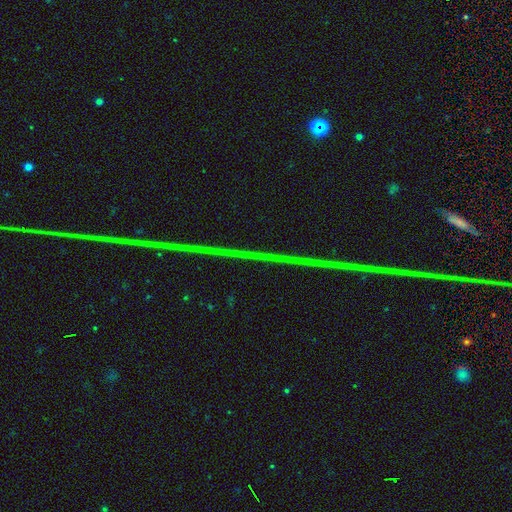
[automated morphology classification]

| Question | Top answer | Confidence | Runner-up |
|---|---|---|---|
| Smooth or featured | star or artifact | 86% | featured or disk (10%) |